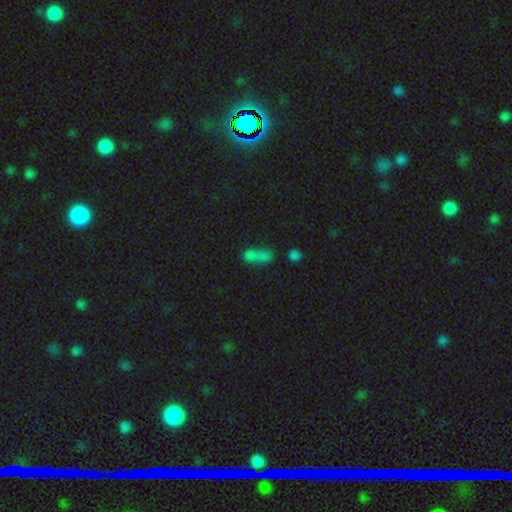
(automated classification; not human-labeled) The model was most divided on "merging": none: 38%, merger: 34%, minor disturbance: 16%, major disturbance: 12%. More confident: how rounded — in between (68%); smooth or featured — smooth (64%).